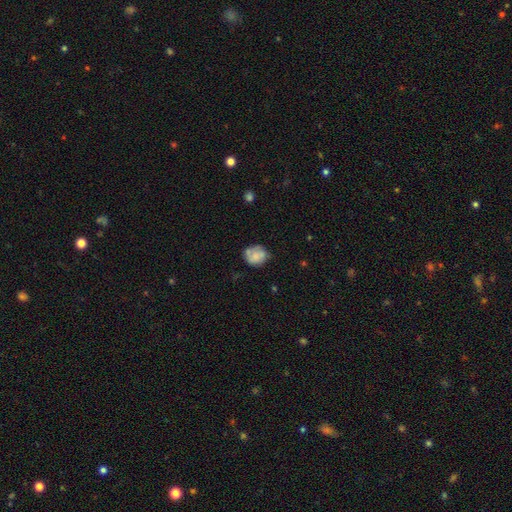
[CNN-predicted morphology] smooth_or_featured: smooth (p=0.59) [alt: featured or disk p=0.32]
how_rounded: round (p=0.65) [alt: in between p=0.34]
merging: none (p=0.55) [alt: minor disturbance p=0.29]